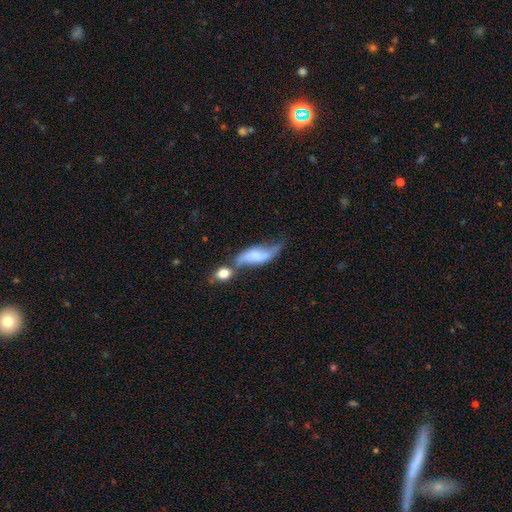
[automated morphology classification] type=featured or disk (67%); edge-on=no (85%); bar=no (51%); spiral arms=yes (84%); bulge=none (54%); merging=none (35%).